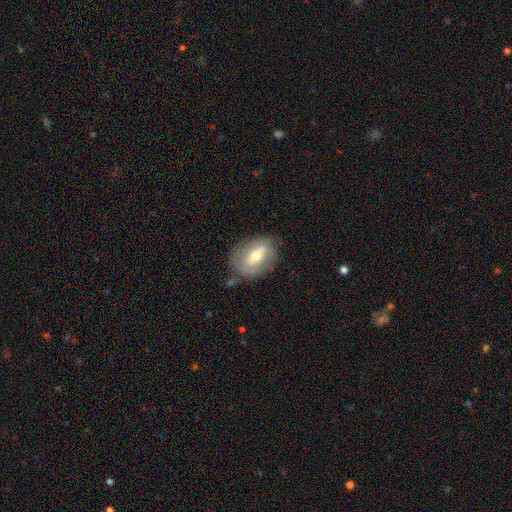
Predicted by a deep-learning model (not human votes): A featured or disk galaxy (52%).

Vote fractions:
- Smooth or featured? featured or disk: 52% / smooth: 41% / star or artifact: 7%
- Edge-on disk? no: 89% / yes: 11%
- Merging? none: 70% / minor disturbance: 20% / major disturbance: 7% / merger: 3%